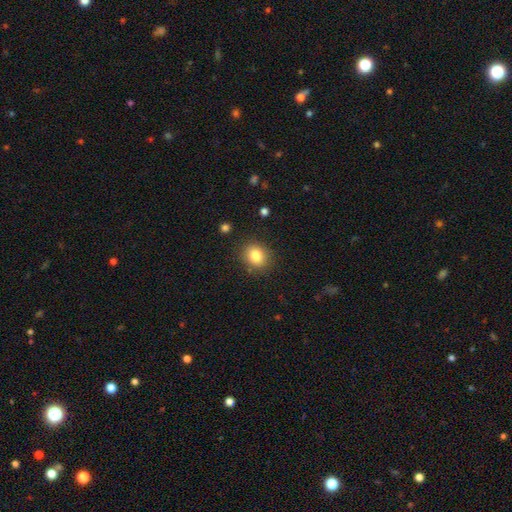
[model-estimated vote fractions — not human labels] This is clearly a smooth galaxy (82%). How rounded: likely round (75%). Merging: clearly none (87%).